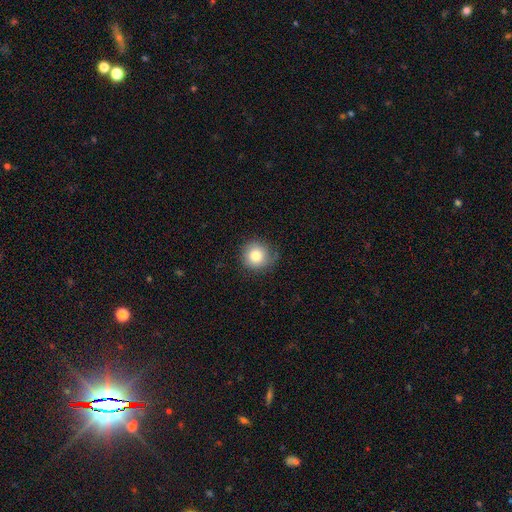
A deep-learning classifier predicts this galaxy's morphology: A smooth galaxy with no disk features (83%) that is round (92%). Merging: none (75%).